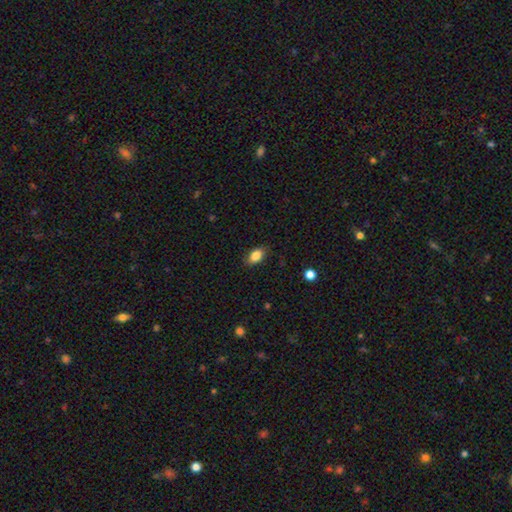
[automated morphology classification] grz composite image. It shows a smooth galaxy with no disk features (86%) that is in between round and cigar-shaped (88%). Merging: none (85%).